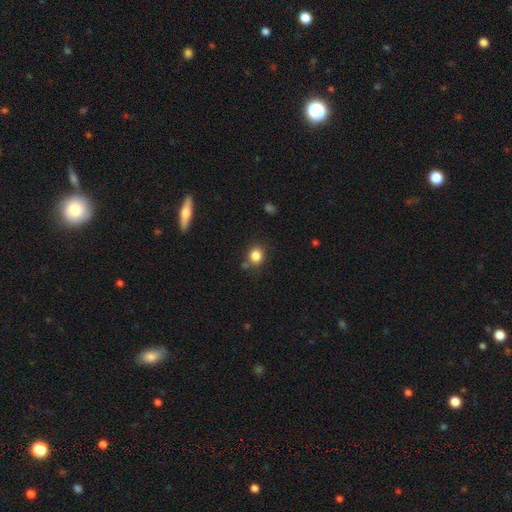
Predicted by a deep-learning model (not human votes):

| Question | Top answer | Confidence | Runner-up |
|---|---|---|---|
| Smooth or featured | smooth | 84% | star or artifact (11%) |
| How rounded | round | 78% | in between (21%) |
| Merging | none | 77% | minor disturbance (13%) |